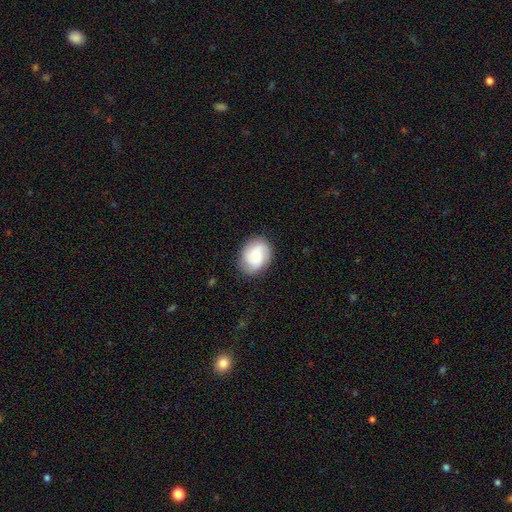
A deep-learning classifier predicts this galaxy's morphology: type=smooth (58%); roundness=in between (56%); merging=none (82%).